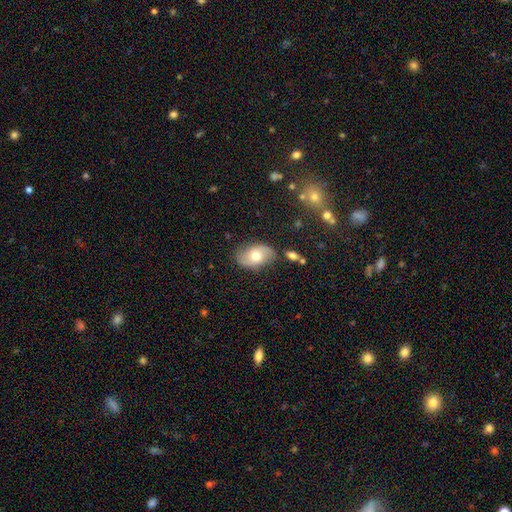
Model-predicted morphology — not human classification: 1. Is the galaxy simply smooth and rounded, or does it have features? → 58% smooth, 34% featured or disk, 7% star or artifact.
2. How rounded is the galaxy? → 88% in between, 11% round, 1% cigar-shaped.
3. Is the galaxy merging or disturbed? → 77% none, 16% minor disturbance, 4% major disturbance, 3% merger.